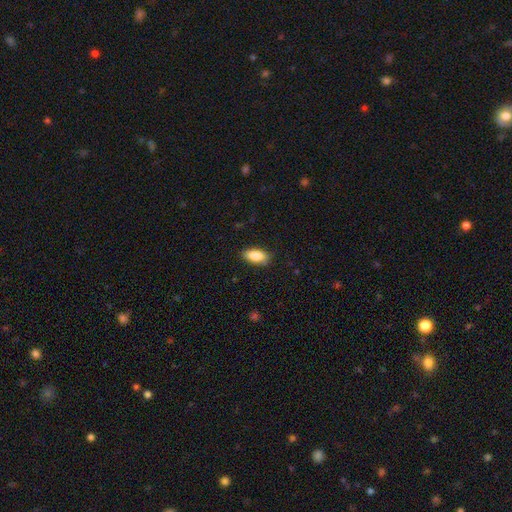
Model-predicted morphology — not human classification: The model was most divided on "merging": none: 86%, minor disturbance: 11%, major disturbance: 2%, merger: 1%. More confident: how rounded — in between (89%); smooth or featured — smooth (87%).